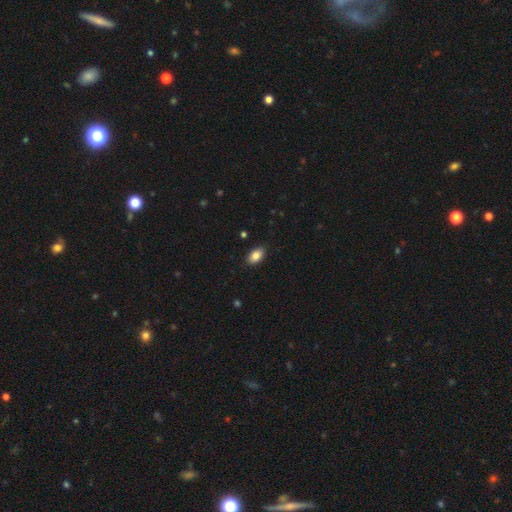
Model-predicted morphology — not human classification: Overall: smooth (86%). How rounded: in between (91%). Merging: none (88%).